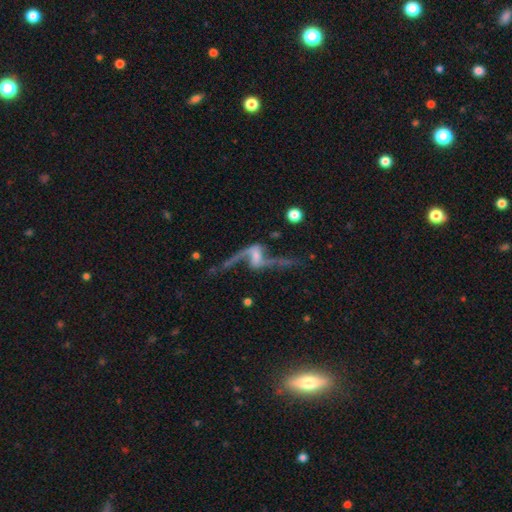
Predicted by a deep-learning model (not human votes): Q: Smooth or featured?
A: featured or disk (84%); runner-up: smooth (8%)
Q: Edge-on disk?
A: no (90%); runner-up: yes (10%)
Q: Bar?
A: weak (38%); runner-up: no (35%)
Q: Spiral arms?
A: yes (91%); runner-up: no (9%)
Q: Spiral winding?
A: loose (93%); runner-up: medium (5%)
Q: Spiral arm count?
A: 2 (91%); runner-up: 1 (5%)
Q: Bulge size?
A: none (33%); runner-up: moderate (26%)
Q: Merging?
A: none (44%); runner-up: major disturbance (29%)